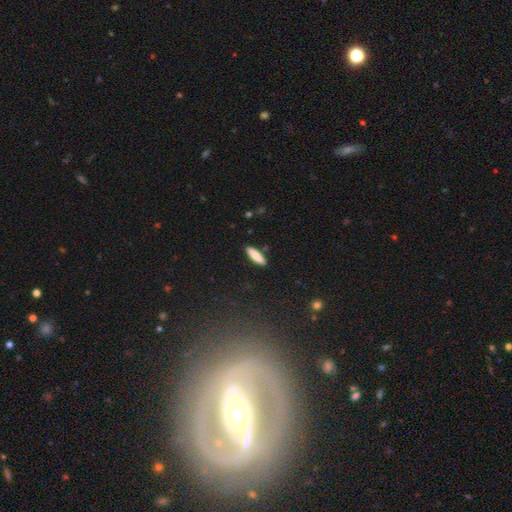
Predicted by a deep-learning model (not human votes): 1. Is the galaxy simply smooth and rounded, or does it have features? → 79% smooth, 15% featured or disk, 6% star or artifact.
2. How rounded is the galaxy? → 71% cigar-shaped, 27% in between, 2% round.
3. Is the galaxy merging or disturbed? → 87% none, 9% minor disturbance, 2% merger, 2% major disturbance.